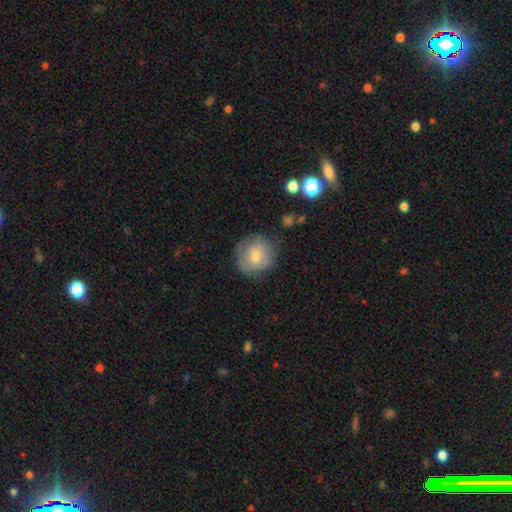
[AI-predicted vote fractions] The model was most divided on "smooth or featured": smooth: 63%, featured or disk: 30%, star or artifact: 7%. More confident: how rounded — round (89%); merging — none (71%).